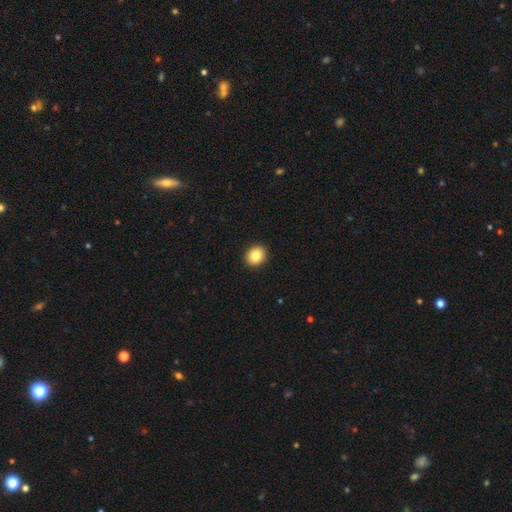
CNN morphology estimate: type=smooth (84%); roundness=round (73%); merging=none (92%).